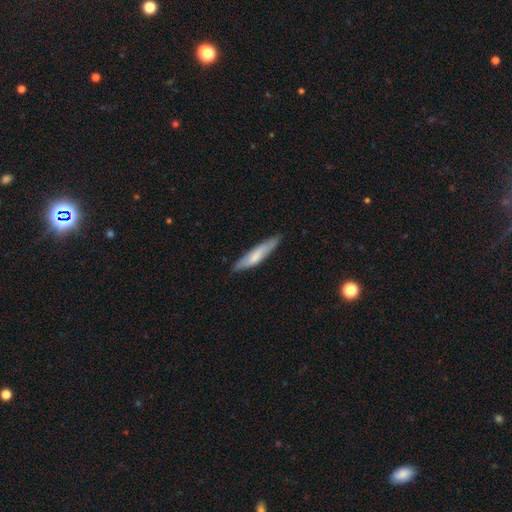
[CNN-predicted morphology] Smooth or featured? smooth (66%)
How rounded? cigar-shaped (85%)
Merging? none (81%)